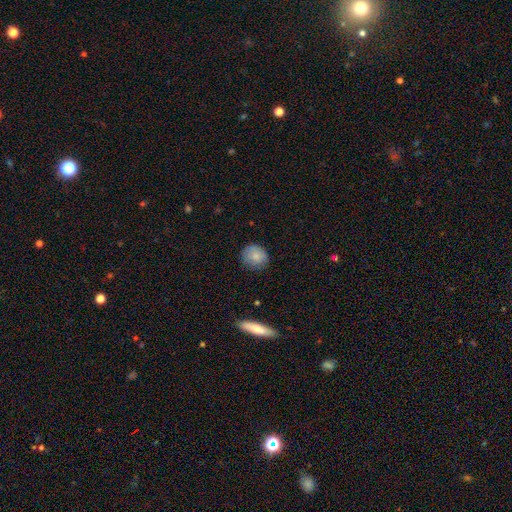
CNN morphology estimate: Overall: smooth (84%). How rounded: round (86%). Merging: none (82%).